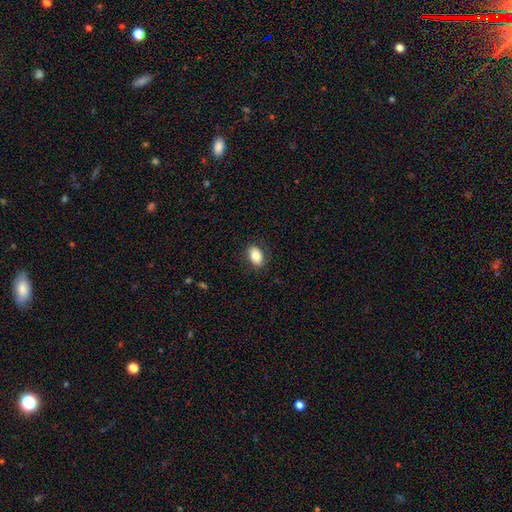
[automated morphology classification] Q: Smooth or featured?
A: smooth (80%); runner-up: featured or disk (12%)
Q: How rounded?
A: in between (87%); runner-up: round (11%)
Q: Merging?
A: none (82%); runner-up: minor disturbance (13%)